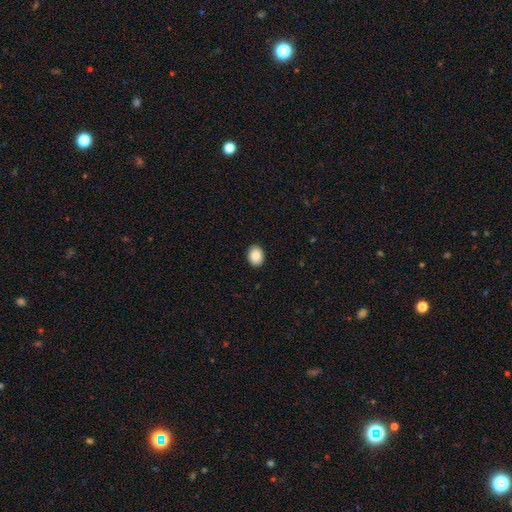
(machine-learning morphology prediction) This is clearly a smooth galaxy (89%). How rounded: likely in between (60%). Merging: clearly none (91%).